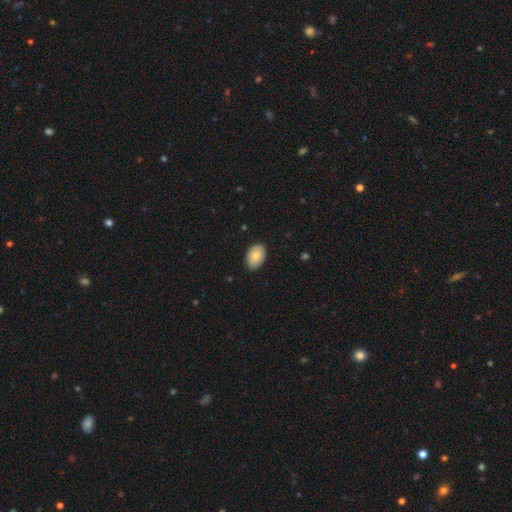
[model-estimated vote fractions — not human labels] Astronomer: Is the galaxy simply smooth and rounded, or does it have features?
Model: smooth — 82%.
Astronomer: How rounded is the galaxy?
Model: in between — 88%.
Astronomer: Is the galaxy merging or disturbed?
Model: none — 83%.